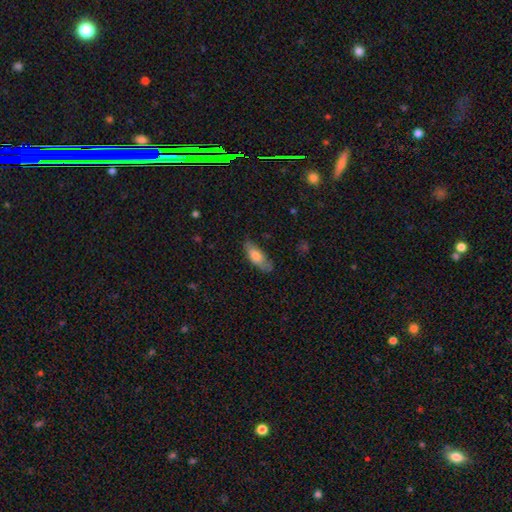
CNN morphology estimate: A smooth galaxy with no disk features (76%) that is in between round and cigar-shaped (74%). Merging: none (73%).